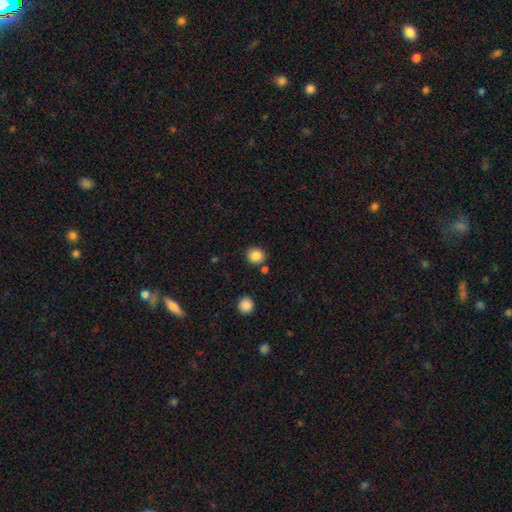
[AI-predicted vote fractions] Smooth or featured: smooth — 86% (star or artifact — 10%)
How rounded: round — 86% (in between — 13%)
Merging: none — 84% (minor disturbance — 8%)